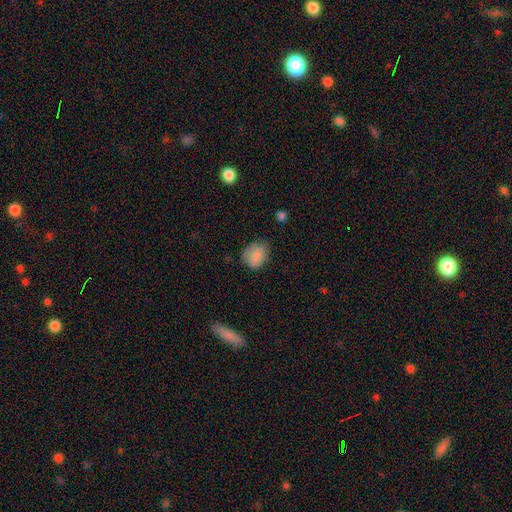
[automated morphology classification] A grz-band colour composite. It shows a smooth galaxy with no disk features (86%) that is in between round and cigar-shaped (55%). Merging: none (71%).